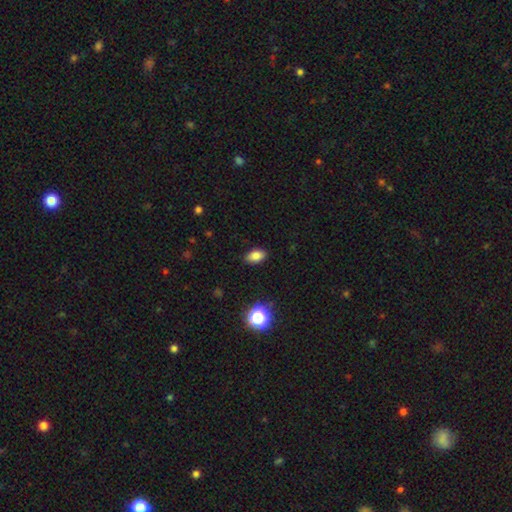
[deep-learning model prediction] Q: Smooth or featured?
A: smooth (82%); runner-up: star or artifact (11%)
Q: How rounded?
A: in between (89%); runner-up: round (9%)
Q: Merging?
A: none (87%); runner-up: minor disturbance (10%)